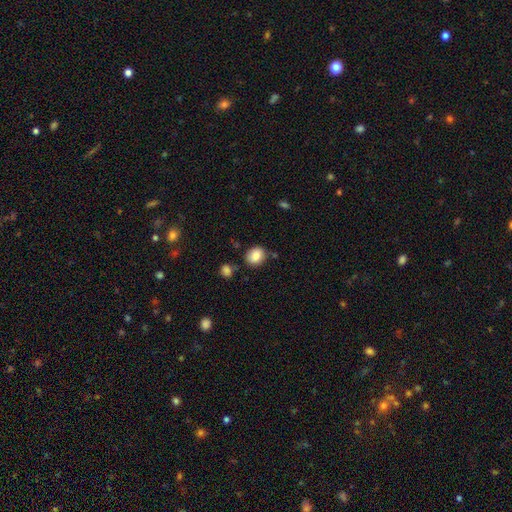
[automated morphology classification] type=smooth (84%); roundness=round (61%); merging=none (77%).